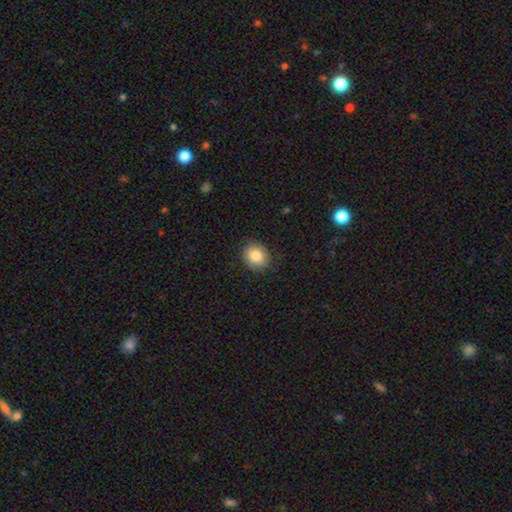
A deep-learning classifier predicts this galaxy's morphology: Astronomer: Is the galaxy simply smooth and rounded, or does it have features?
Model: smooth — 85%.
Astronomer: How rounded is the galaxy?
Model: round — 63%.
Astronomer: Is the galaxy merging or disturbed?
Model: none — 86%.